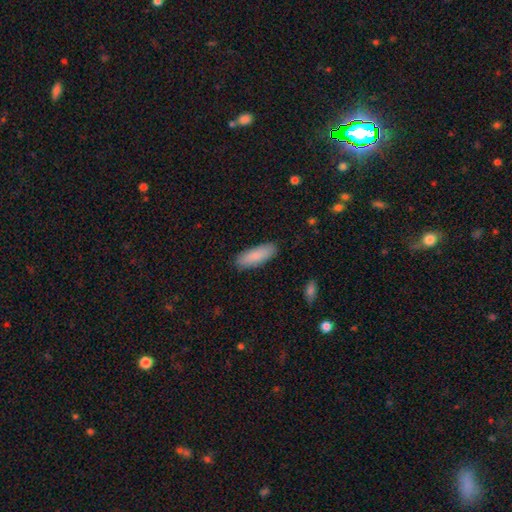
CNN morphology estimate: A smooth galaxy with no disk features (88%) that is in between round and cigar-shaped (61%).

Vote fractions:
- Smooth or featured? smooth: 88% / featured or disk: 6% / star or artifact: 6%
- How rounded? in between: 61% / cigar-shaped: 37% / round: 2%
- Merging? none: 88% / minor disturbance: 9% / major disturbance: 2% / merger: 1%